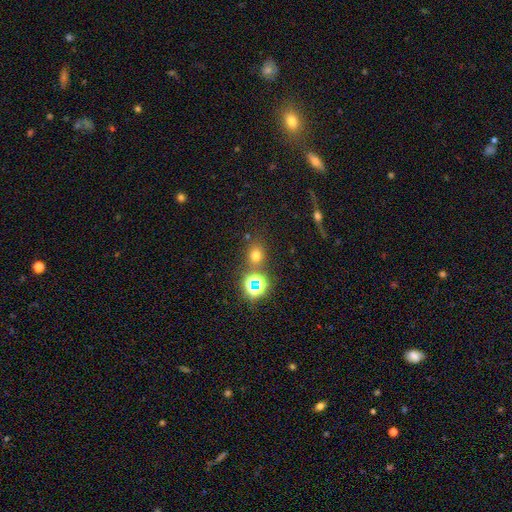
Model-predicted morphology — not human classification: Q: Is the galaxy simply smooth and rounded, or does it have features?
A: smooth — 63%.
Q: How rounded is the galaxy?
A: round — 70%.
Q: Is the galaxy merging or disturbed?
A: none — 74%.